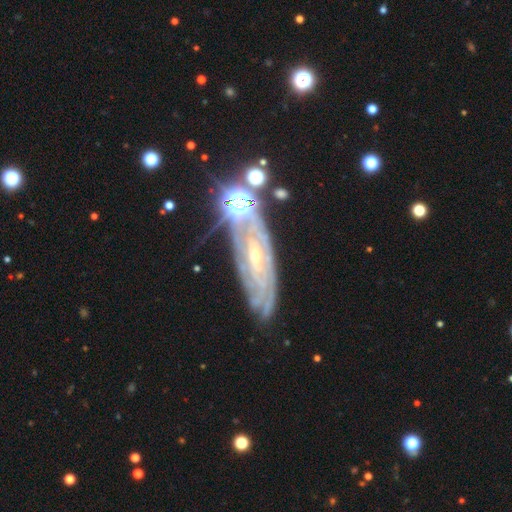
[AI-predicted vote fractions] Smooth or featured: featured or disk — 80% (star or artifact — 11%)
Edge-on disk: no — 82% (yes — 18%)
Bar: no — 47% (weak — 36%)
Spiral arms: yes — 91% (no — 9%)
Spiral winding: tight — 73% (medium — 22%)
Spiral arm count: can't tell — 51% (2 — 17%)
Bulge size: small — 71% (moderate — 24%)
Merging: none — 67% (minor disturbance — 18%)